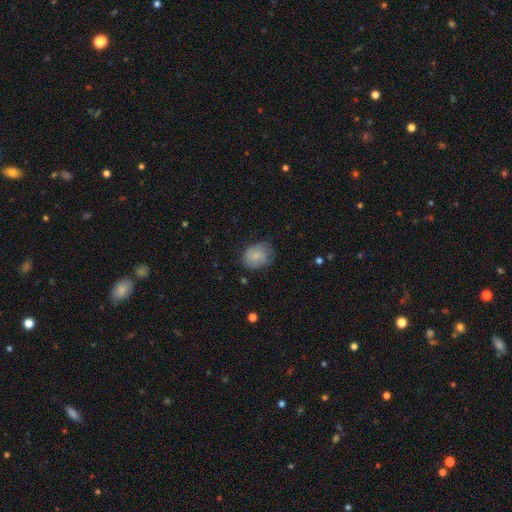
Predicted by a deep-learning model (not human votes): Overall: smooth (76%). How rounded: in between (50%; round 49%). Merging: none (59%; minor disturbance 30%).